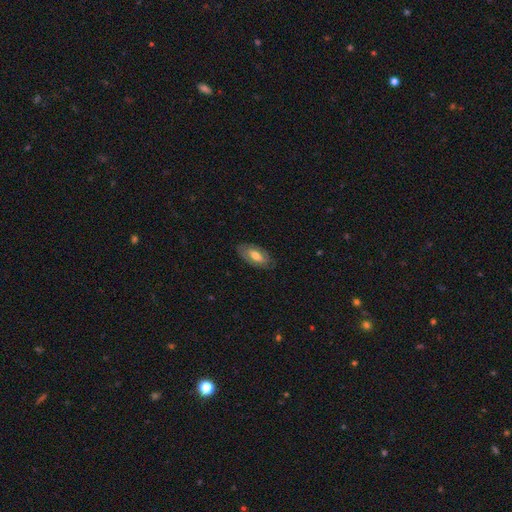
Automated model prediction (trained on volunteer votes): Smooth or featured? Predicted: featured or disk (p=0.47). Merging? Predicted: none (p=0.80).